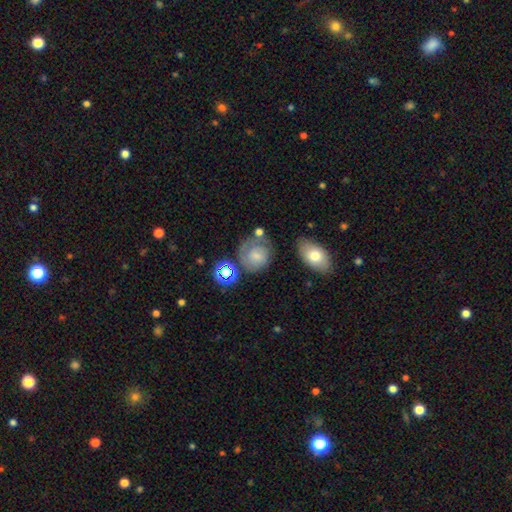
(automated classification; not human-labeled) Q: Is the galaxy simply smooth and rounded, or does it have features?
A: smooth — 56%.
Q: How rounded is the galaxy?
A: round — 76%.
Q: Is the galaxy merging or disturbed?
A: none — 55%.